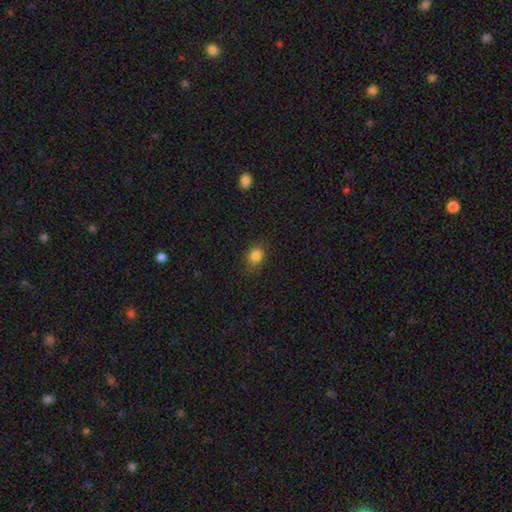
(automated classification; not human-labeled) This is clearly a smooth galaxy (83%). How rounded: likely round (60%). Merging: likely none (78%).